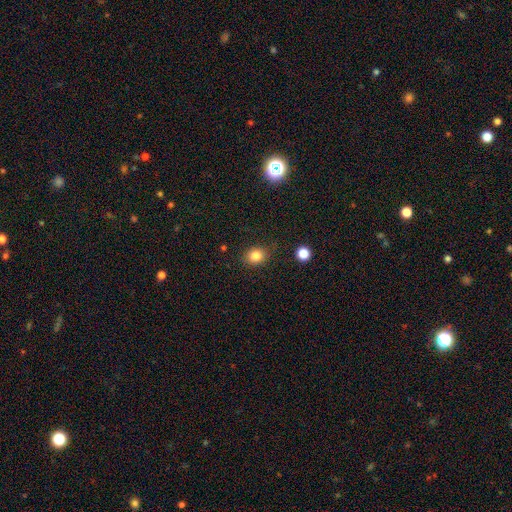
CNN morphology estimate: smooth-or-featured: smooth: 83% | star or artifact: 11% | featured or disk: 6%
  how-rounded: round: 56% | in between: 43% | cigar-shaped: 1%
  merging: none: 81% | minor disturbance: 13% | major disturbance: 4% | merger: 2%